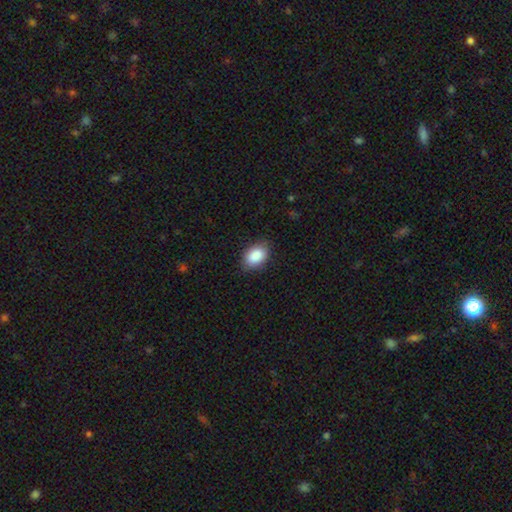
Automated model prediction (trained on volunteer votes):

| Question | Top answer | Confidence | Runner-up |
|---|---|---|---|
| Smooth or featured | smooth | 89% | star or artifact (7%) |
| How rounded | in between | 87% | round (12%) |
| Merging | none | 83% | minor disturbance (13%) |